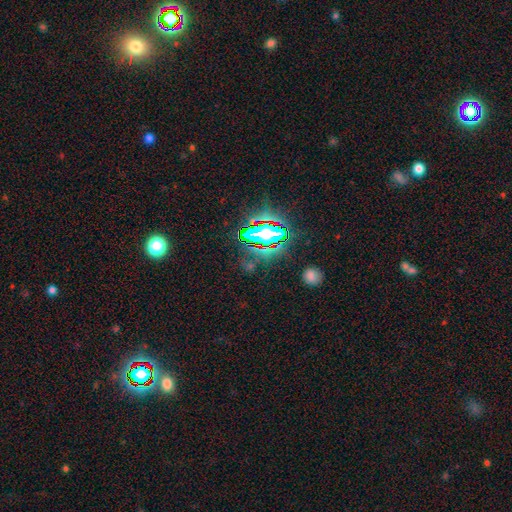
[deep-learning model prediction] Smooth or featured?
  - star or artifact: 82% *
  - smooth: 11%
  - featured or disk: 7%